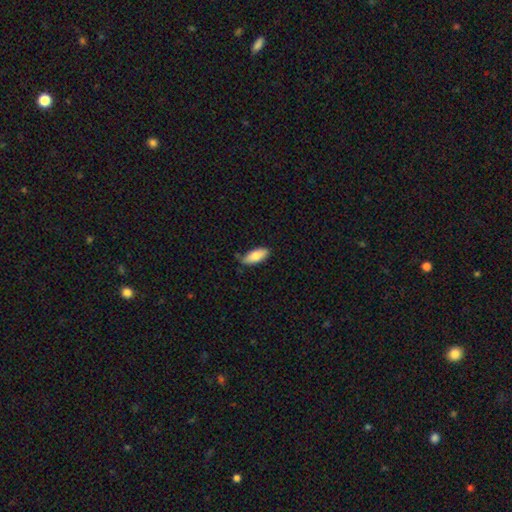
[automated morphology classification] smooth-or-featured: smooth: 83% | featured or disk: 10% | star or artifact: 6%
  how-rounded: in between: 82% | cigar-shaped: 16% | round: 2%
  merging: none: 71% | minor disturbance: 24% | major disturbance: 3% | merger: 2%